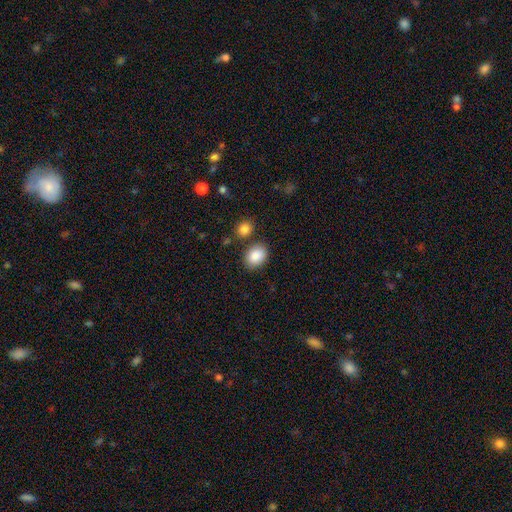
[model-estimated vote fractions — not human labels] Smooth or featured: smooth — 88% (star or artifact — 7%)
How rounded: in between — 68% (round — 31%)
Merging: none — 78% (minor disturbance — 11%)